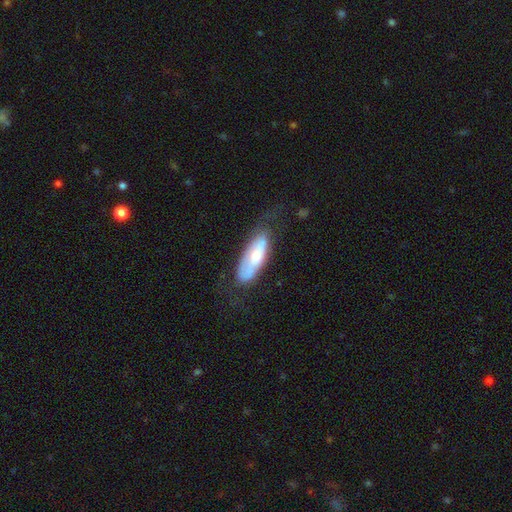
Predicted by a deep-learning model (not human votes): A featured or disk galaxy (52%). Merging: none (55%).